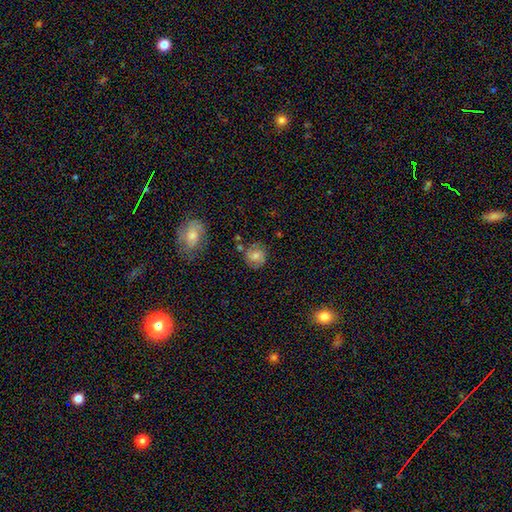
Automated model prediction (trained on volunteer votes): A smooth galaxy with no disk features (60%) that is round (82%).

Vote fractions:
- Smooth or featured? smooth: 60% / featured or disk: 29% / star or artifact: 10%
- How rounded? round: 82% / in between: 17% / cigar-shaped: 1%
- Merging? none: 73% / minor disturbance: 16% / merger: 5% / major disturbance: 5%